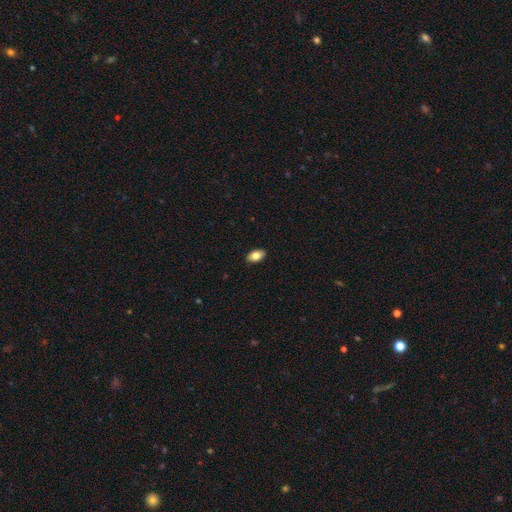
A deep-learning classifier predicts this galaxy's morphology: A smooth galaxy with no disk features (83%) that is in between round and cigar-shaped (92%). Merging: none (90%).